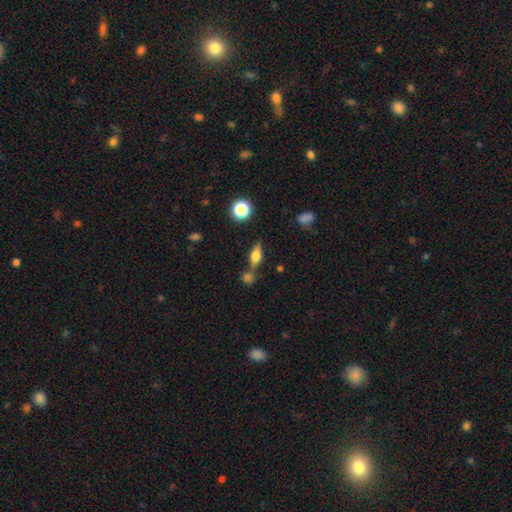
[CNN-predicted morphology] Smooth or featured? Predicted: smooth (p=0.53). How rounded? Predicted: in between (p=0.60). Merging? Predicted: none (p=0.65).